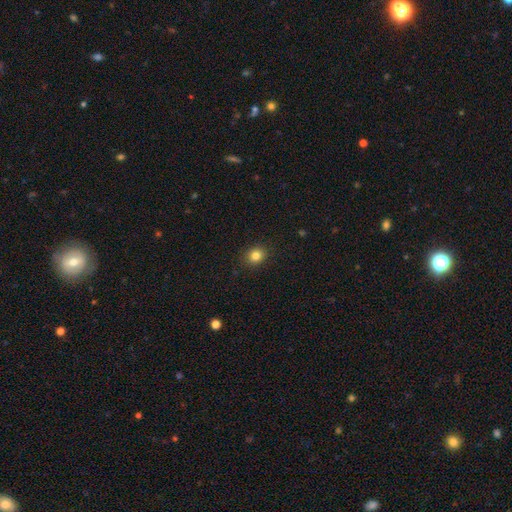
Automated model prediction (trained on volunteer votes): Morphology: type=smooth (83%); roundness=round (75%); merging=none (90%).